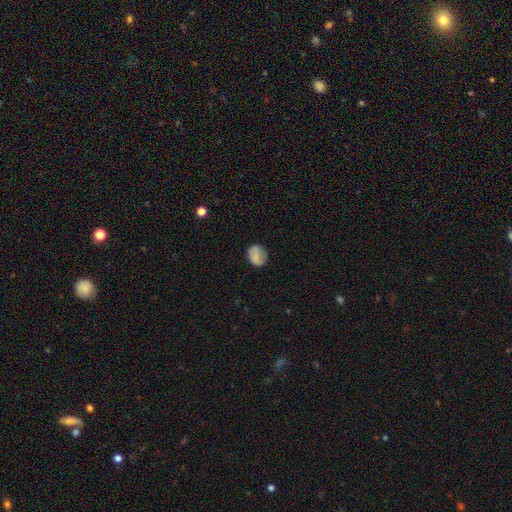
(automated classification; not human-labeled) Smooth or featured? Predicted: smooth (p=0.75). How rounded? Predicted: round (p=0.64). Merging? Predicted: none (p=0.76).